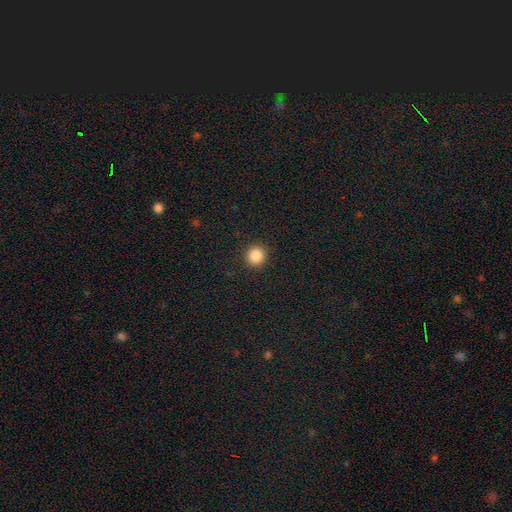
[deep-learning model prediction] Smooth or featured: smooth — 86% (star or artifact — 10%)
How rounded: round — 93% (in between — 6%)
Merging: none — 92% (minor disturbance — 5%)